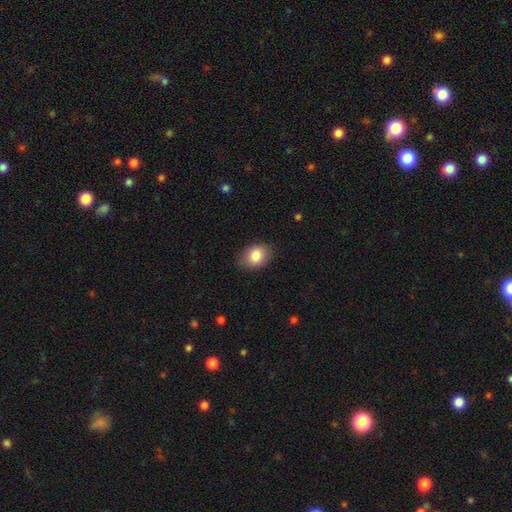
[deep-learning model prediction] The model was most divided on "how rounded": in between: 74%, round: 25%, cigar-shaped: 1%. More confident: smooth or featured — smooth (84%); merging — none (81%).